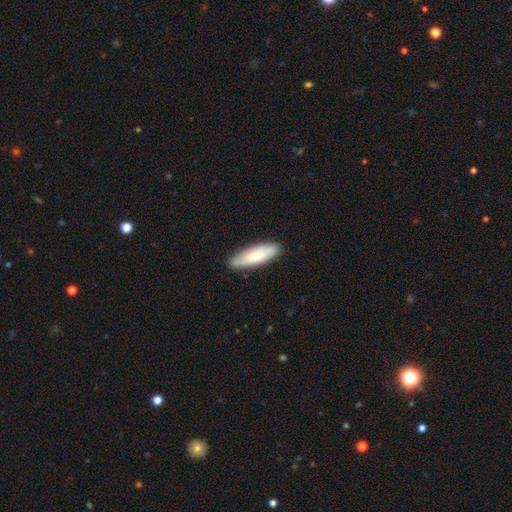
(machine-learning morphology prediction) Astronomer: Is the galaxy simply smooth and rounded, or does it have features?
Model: smooth — 68%.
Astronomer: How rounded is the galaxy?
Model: in between — 50% (runner-up: cigar-shaped, 48%).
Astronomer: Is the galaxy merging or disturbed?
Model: none — 85%.